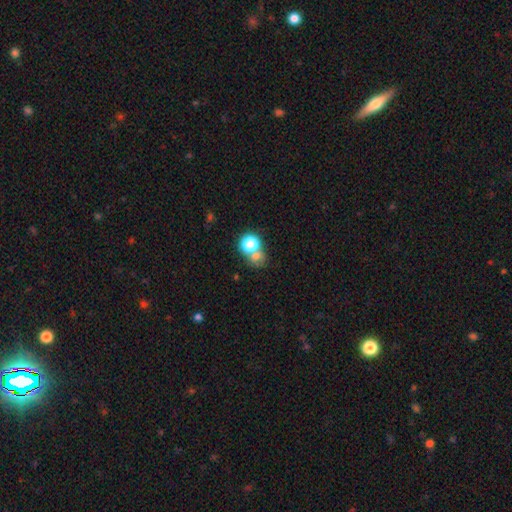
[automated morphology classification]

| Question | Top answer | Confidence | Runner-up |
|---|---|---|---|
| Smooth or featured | smooth | 67% | star or artifact (21%) |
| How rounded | round | 71% | in between (28%) |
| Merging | merger | 44% | none (41%) |